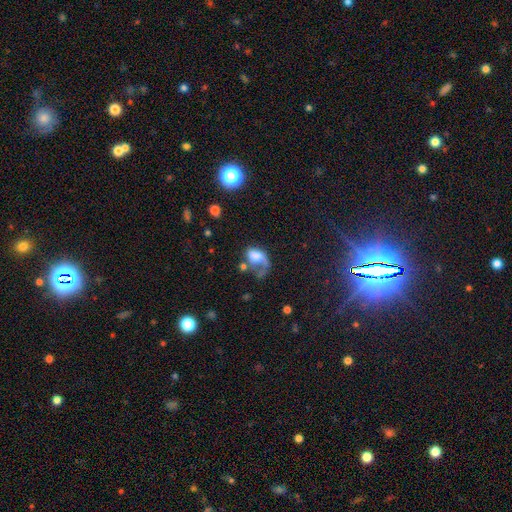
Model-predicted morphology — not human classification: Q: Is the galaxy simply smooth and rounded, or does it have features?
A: smooth — 52%.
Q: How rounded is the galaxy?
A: in between — 78%.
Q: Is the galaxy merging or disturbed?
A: major disturbance — 46%.